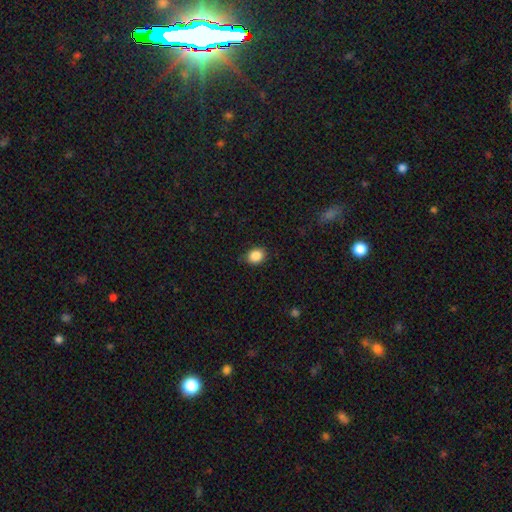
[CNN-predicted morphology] smooth_or_featured: smooth (p=0.87) [alt: star or artifact p=0.09]
how_rounded: in between (p=0.50) [tied with: round p=0.50]
merging: none (p=0.82) [alt: minor disturbance p=0.14]